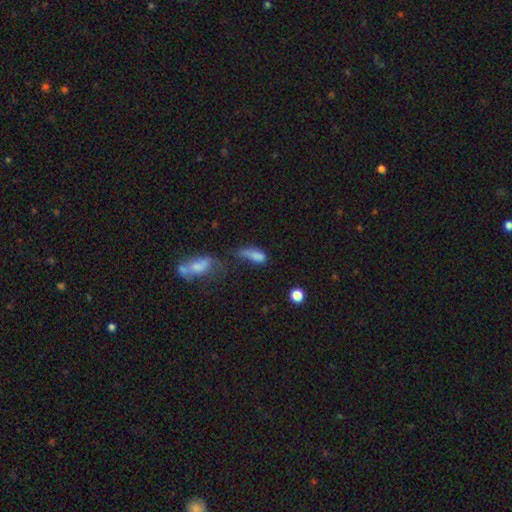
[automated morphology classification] Overall: smooth (71%). How rounded: in between (66%; cigar-shaped 28%). Merging: major disturbance (32%; minor disturbance 23%).